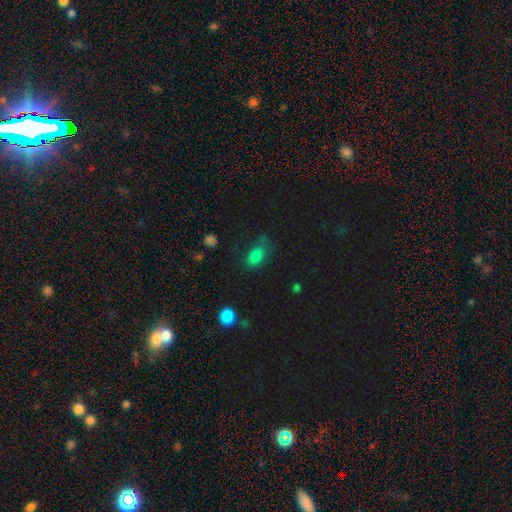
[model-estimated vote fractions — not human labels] A smooth galaxy with no disk features (74%) that is in between round and cigar-shaped (84%).

Vote fractions:
- Smooth or featured? smooth: 74% / star or artifact: 17% / featured or disk: 8%
- How rounded? in between: 84% / round: 12% / cigar-shaped: 4%
- Merging? none: 61% / minor disturbance: 24% / major disturbance: 12% / merger: 3%